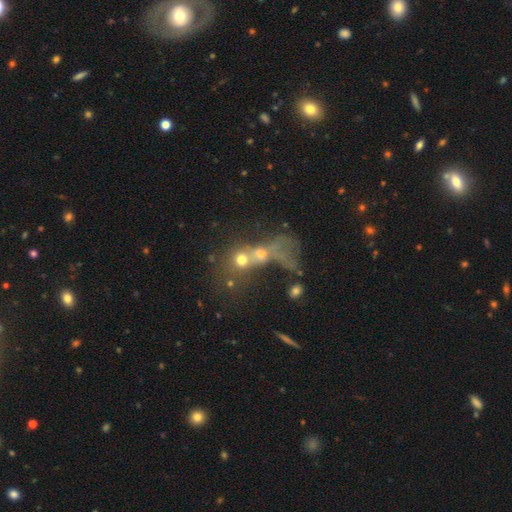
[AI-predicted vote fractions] smooth_or_featured: smooth (p=0.37) [alt: featured or disk p=0.35]
merging: merger (p=0.59) [alt: major disturbance p=0.19]